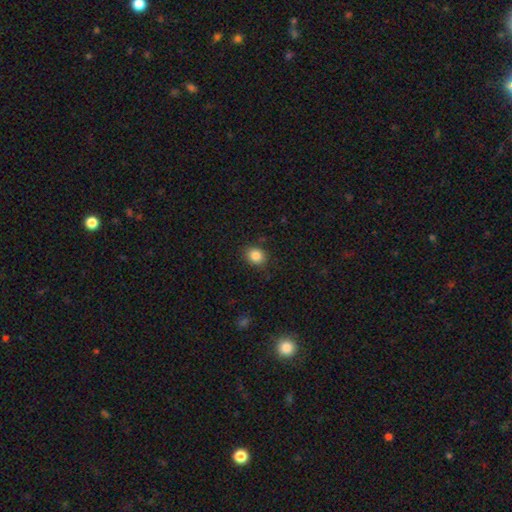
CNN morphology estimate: Smooth or featured: smooth — 85% (star or artifact — 10%)
How rounded: round — 64% (in between — 35%)
Merging: none — 84% (minor disturbance — 11%)